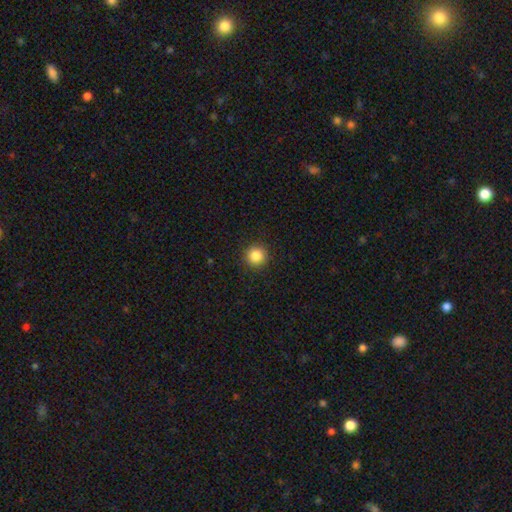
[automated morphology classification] This is clearly a smooth galaxy (85%). How rounded: clearly round (95%). Merging: clearly none (92%).